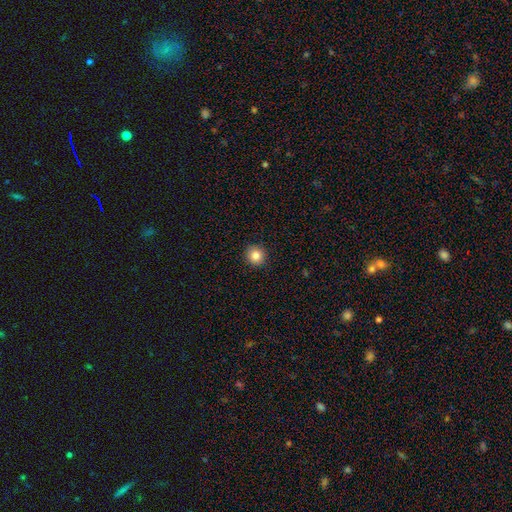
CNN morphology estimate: smooth-or-featured: smooth: 84% | star or artifact: 10% | featured or disk: 6%
  how-rounded: round: 93% | in between: 6% | cigar-shaped: 1%
  merging: none: 92% | minor disturbance: 5% | major disturbance: 2% | merger: 1%